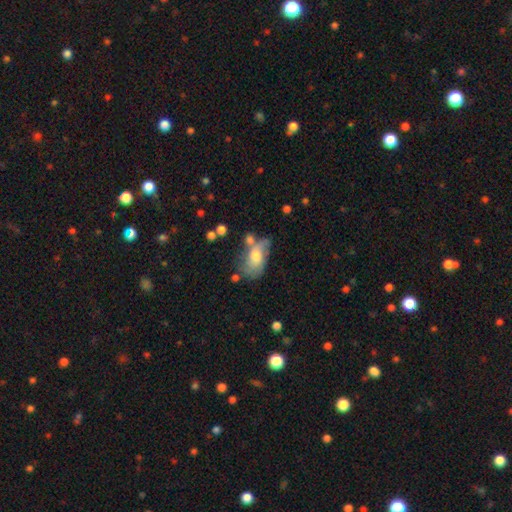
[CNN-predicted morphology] smooth 56%, featured or disk 35%, star or artifact 8%. Down the decision tree: how rounded — in between (89%); merging — none (34%).